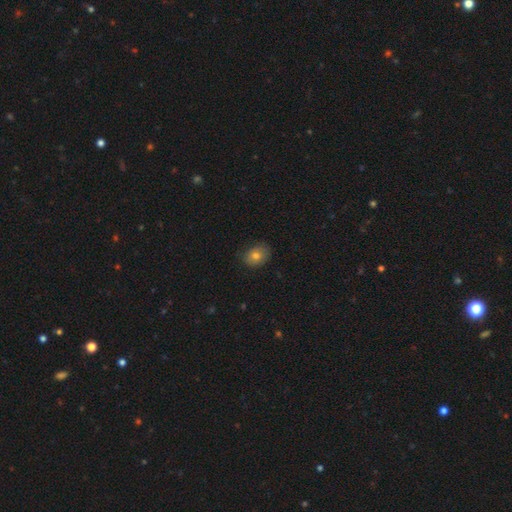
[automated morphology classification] This is likely a smooth galaxy (78%). How rounded: possibly in between (58%). Merging: likely none (79%).